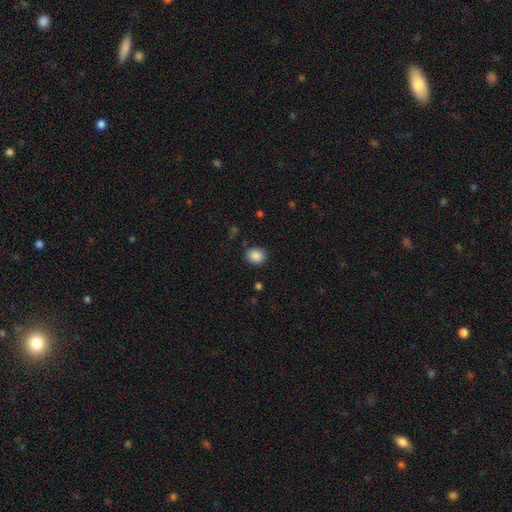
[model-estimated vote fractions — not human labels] Morphology: type=smooth (88%); roundness=round (76%); merging=none (87%).